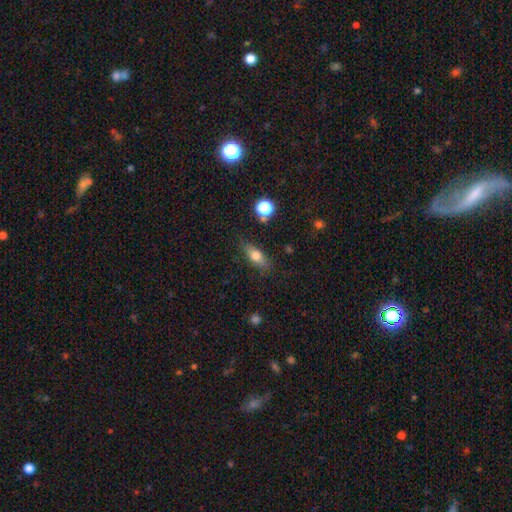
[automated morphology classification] Smooth or featured: smooth — 70% (featured or disk — 20%)
How rounded: in between — 70% (cigar-shaped — 22%)
Merging: none — 79% (minor disturbance — 15%)